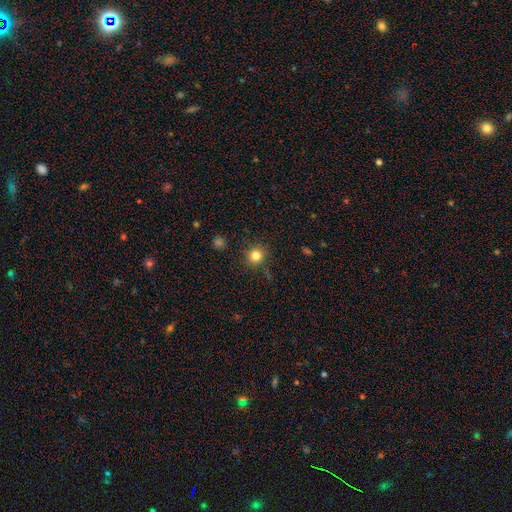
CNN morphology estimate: smooth 81%, star or artifact 13%, featured or disk 5%. Down the decision tree: how rounded — round (91%); merging — none (88%).